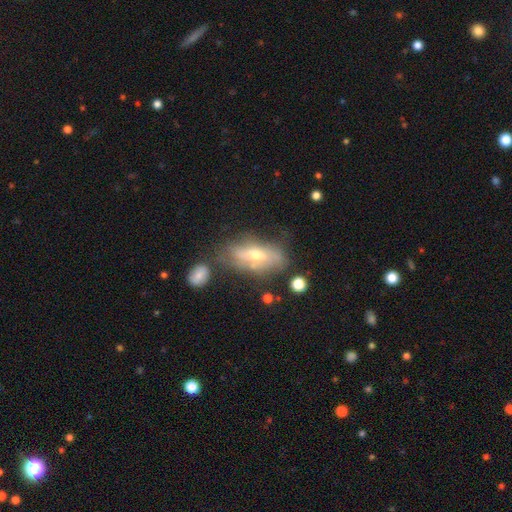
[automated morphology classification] This is possibly a featured or disk galaxy (53%). It is likely not viewed edge-on (67%). Merging: possibly none (49%).